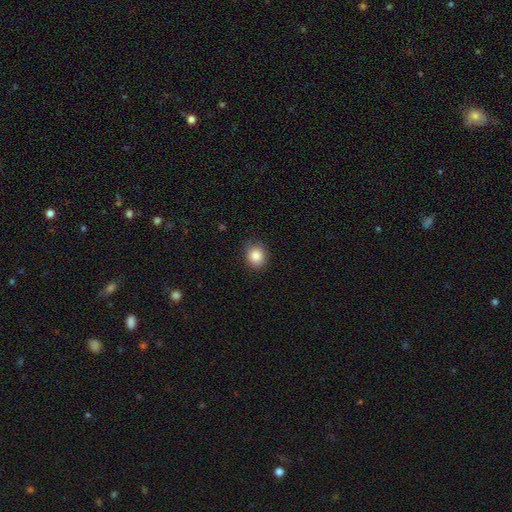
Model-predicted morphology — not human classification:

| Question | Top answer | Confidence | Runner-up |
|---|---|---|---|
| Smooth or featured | smooth | 85% | star or artifact (10%) |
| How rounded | round | 77% | in between (22%) |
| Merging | none | 84% | minor disturbance (12%) |